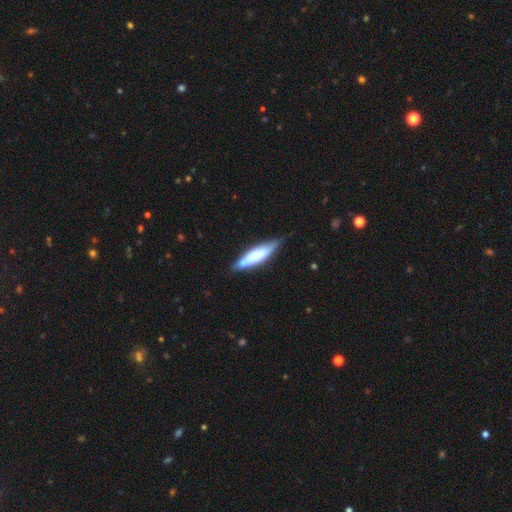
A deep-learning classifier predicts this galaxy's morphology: Q: Smooth or featured?
A: smooth (66%); runner-up: featured or disk (28%)
Q: How rounded?
A: cigar-shaped (68%); runner-up: in between (30%)
Q: Merging?
A: none (69%); runner-up: minor disturbance (22%)